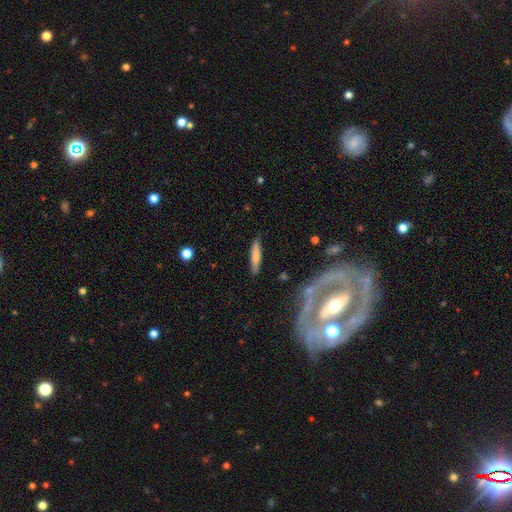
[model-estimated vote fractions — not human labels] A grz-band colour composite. It shows a smooth galaxy with no disk features (75%) that is cigar-shaped (85%). Merging: none (85%).